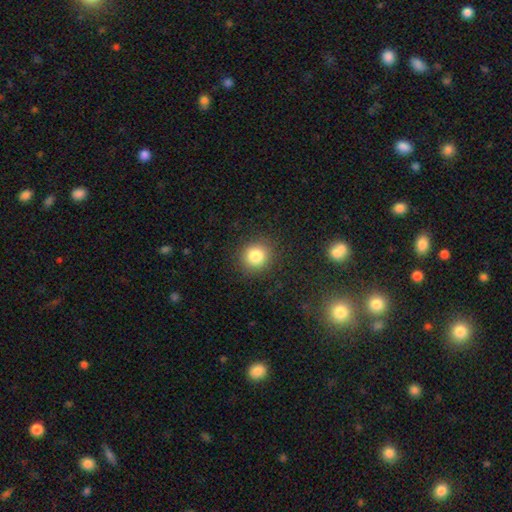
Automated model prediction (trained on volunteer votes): A smooth galaxy with no disk features (83%) that is round (89%).

Vote fractions:
- Smooth or featured? smooth: 83% / star or artifact: 11% / featured or disk: 6%
- How rounded? round: 89% / in between: 11% / cigar-shaped: 1%
- Merging? none: 88% / minor disturbance: 8% / major disturbance: 3% / merger: 1%